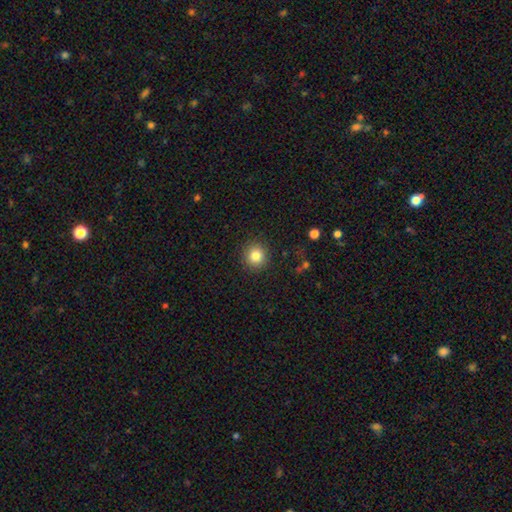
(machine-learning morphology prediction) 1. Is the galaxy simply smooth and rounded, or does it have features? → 83% smooth, 11% star or artifact, 6% featured or disk.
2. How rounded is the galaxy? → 92% round, 7% in between, 1% cigar-shaped.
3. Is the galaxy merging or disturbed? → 90% none, 6% minor disturbance, 2% major disturbance, 1% merger.